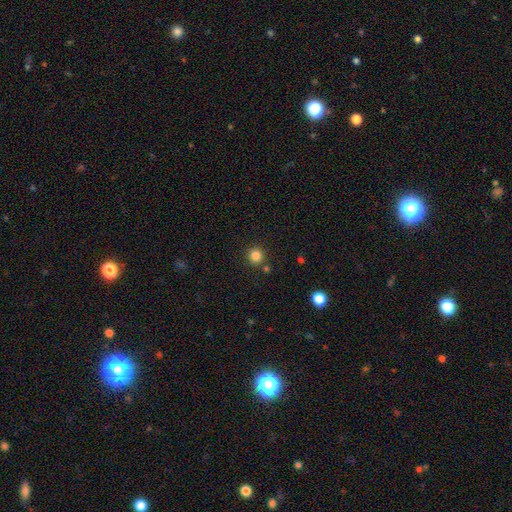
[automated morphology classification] Overall: smooth (83%). How rounded: round (92%). Merging: none (86%).